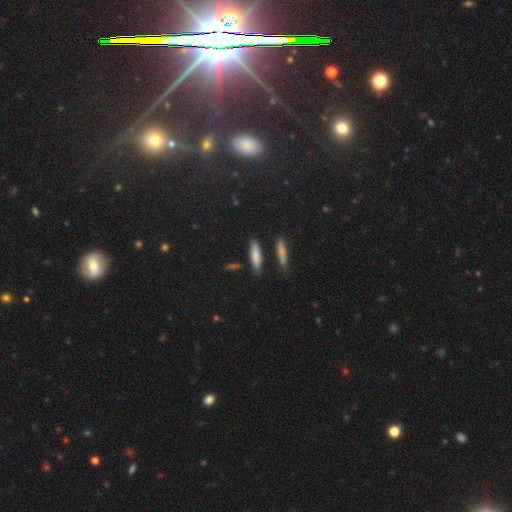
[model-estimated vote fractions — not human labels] The model was most divided on "how rounded": cigar-shaped: 71%, in between: 26%, round: 3%. More confident: merging — none (80%); smooth or featured — smooth (78%).